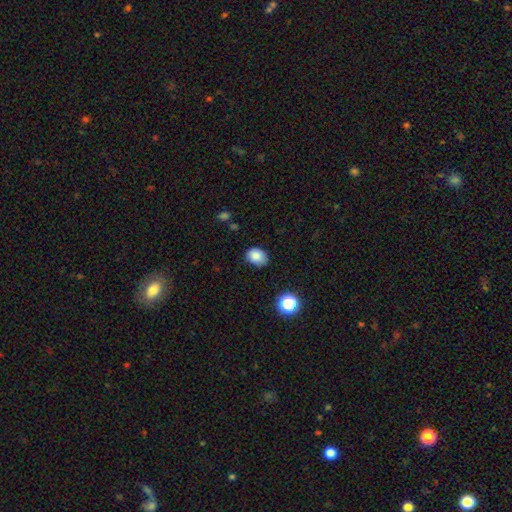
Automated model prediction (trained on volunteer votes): Q: Smooth or featured?
A: smooth (84%); runner-up: star or artifact (10%)
Q: How rounded?
A: in between (61%); runner-up: round (38%)
Q: Merging?
A: none (75%); runner-up: minor disturbance (20%)